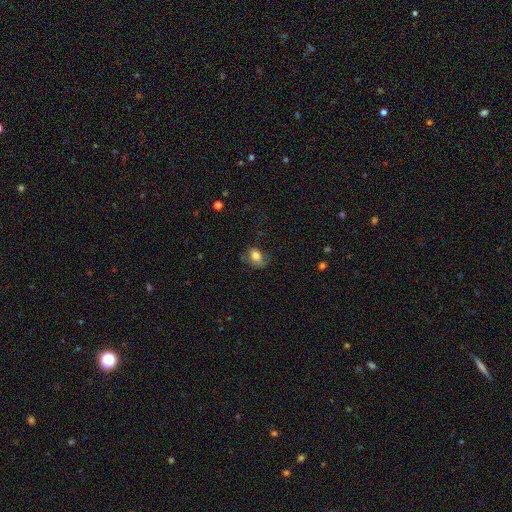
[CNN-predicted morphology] This is likely a smooth galaxy (77%). How rounded: likely in between (73%). Merging: possibly none (53%).